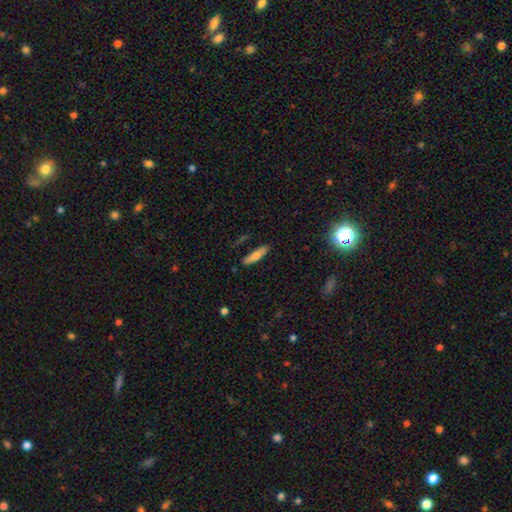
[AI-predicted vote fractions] This appears to be a smooth galaxy with no disk features (65%) that is cigar-shaped (67%). Merging: none (83%).